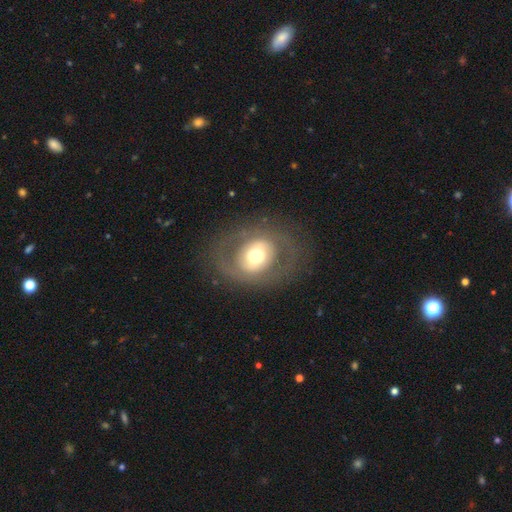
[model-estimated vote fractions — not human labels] Smooth or featured? Predicted: featured or disk (p=0.50). Merging? Predicted: none (p=0.77).